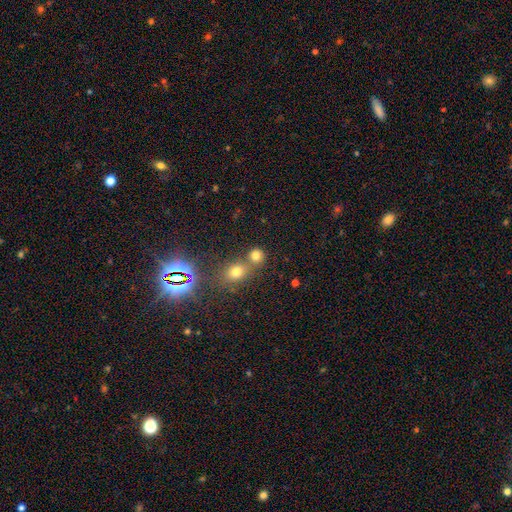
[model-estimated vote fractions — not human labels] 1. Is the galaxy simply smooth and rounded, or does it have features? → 74% smooth, 19% star or artifact, 8% featured or disk.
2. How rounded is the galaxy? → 84% round, 14% in between, 1% cigar-shaped.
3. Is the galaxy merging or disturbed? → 57% none, 32% merger, 7% minor disturbance, 3% major disturbance.